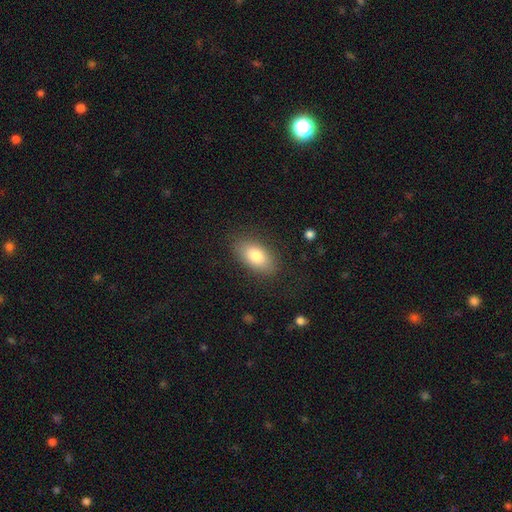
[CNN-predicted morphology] Overall: smooth (80%). How rounded: in between (91%). Merging: none (84%).